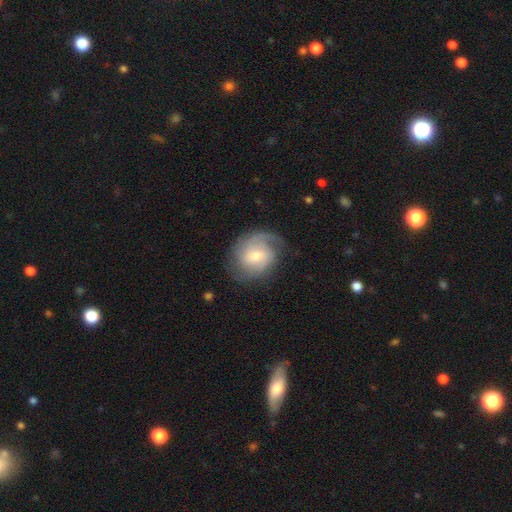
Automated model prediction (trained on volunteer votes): Smooth or featured? featured or disk (76%)
Edge-on disk? no (97%)
Bar? weak (48%)
Spiral arms? yes (94%)
Spiral winding? tight (44%)
Spiral arm count? 2 (49%)
Bulge size? moderate (54%)
Merging? none (74%)